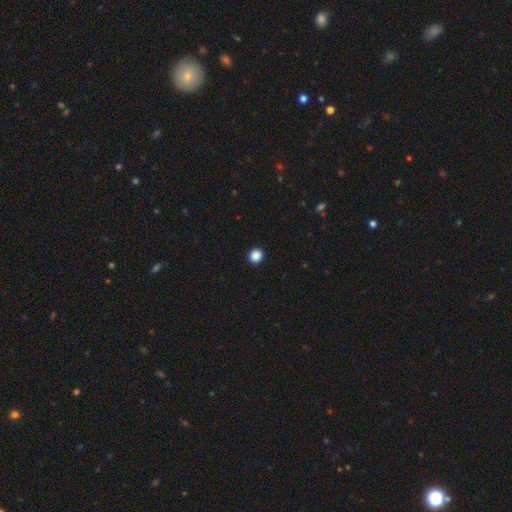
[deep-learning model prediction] Q: Smooth or featured?
A: smooth (88%); runner-up: star or artifact (10%)
Q: How rounded?
A: round (91%); runner-up: in between (8%)
Q: Merging?
A: none (94%); runner-up: minor disturbance (4%)